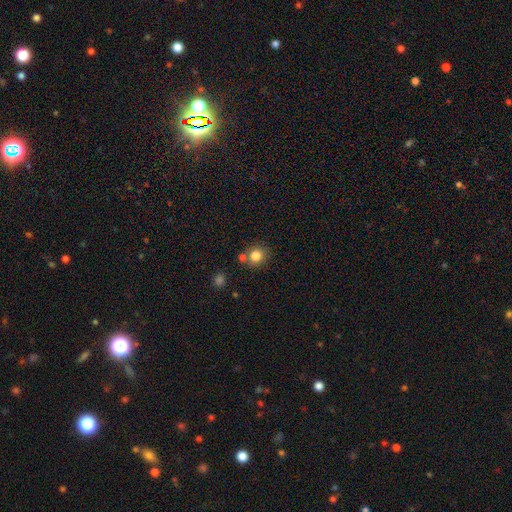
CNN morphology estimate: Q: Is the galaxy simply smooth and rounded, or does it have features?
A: smooth — 82%.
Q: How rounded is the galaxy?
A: round — 84%.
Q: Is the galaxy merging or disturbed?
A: none — 71%.